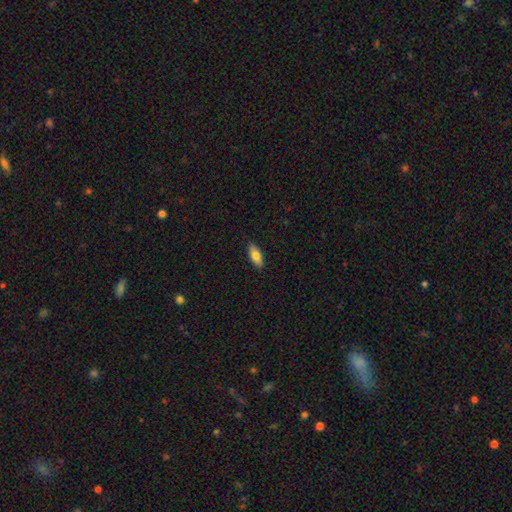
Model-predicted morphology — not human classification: smooth_or_featured: smooth (p=0.77) [alt: featured or disk p=0.17]
how_rounded: in between (p=0.82) [alt: cigar-shaped p=0.16]
merging: none (p=0.89) [alt: minor disturbance p=0.08]